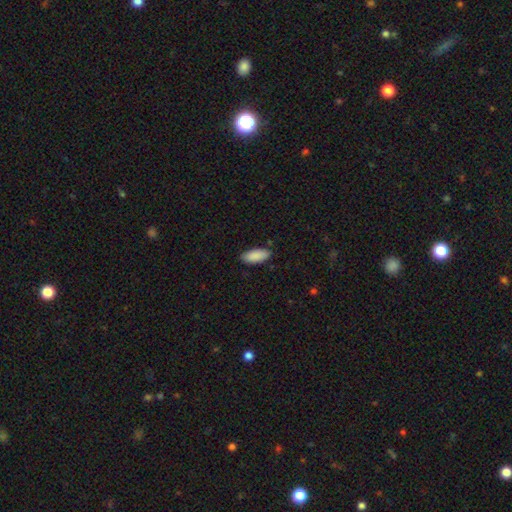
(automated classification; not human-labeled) This is clearly a smooth galaxy (89%). How rounded: clearly in between (83%). Merging: clearly none (85%).